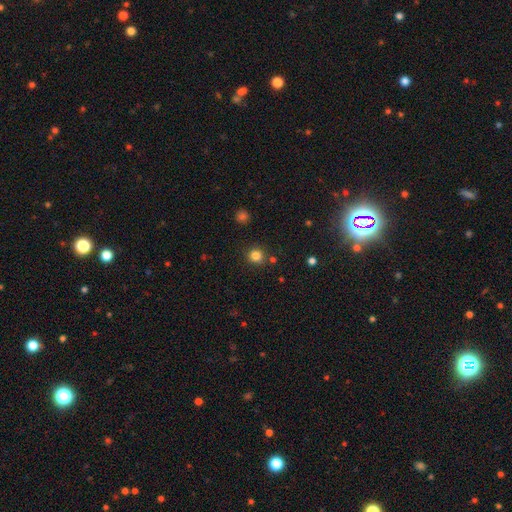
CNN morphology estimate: smooth_or_featured: smooth (p=0.82) [alt: star or artifact p=0.13]
how_rounded: round (p=0.90) [alt: in between p=0.09]
merging: none (p=0.85) [alt: minor disturbance p=0.08]